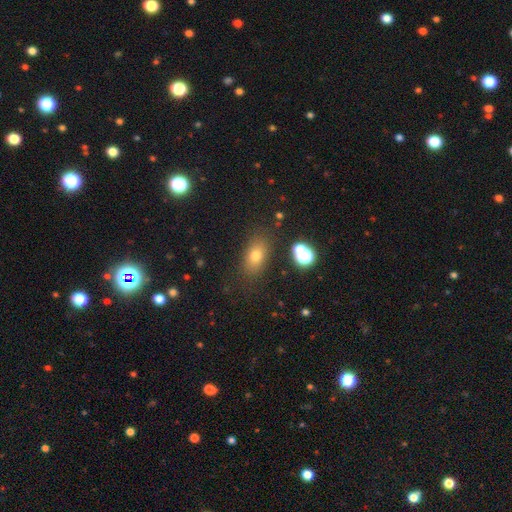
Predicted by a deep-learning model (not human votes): smooth_or_featured: smooth (p=0.72) [alt: star or artifact p=0.16]
how_rounded: in between (p=0.78) [alt: round p=0.17]
merging: none (p=0.80) [alt: minor disturbance p=0.12]